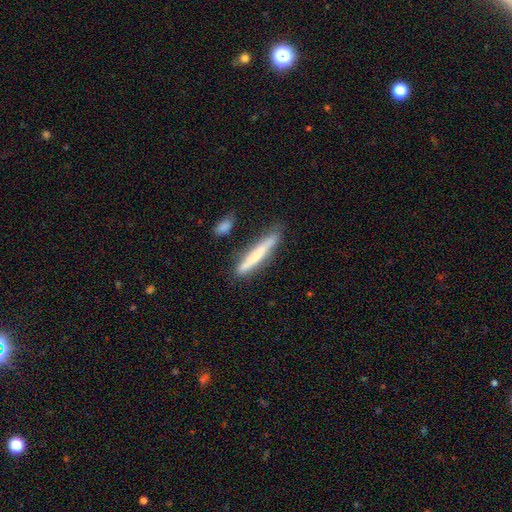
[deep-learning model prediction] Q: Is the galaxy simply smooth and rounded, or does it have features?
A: smooth — 61%.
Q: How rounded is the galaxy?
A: cigar-shaped — 94%.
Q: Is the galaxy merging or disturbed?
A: none — 79%.